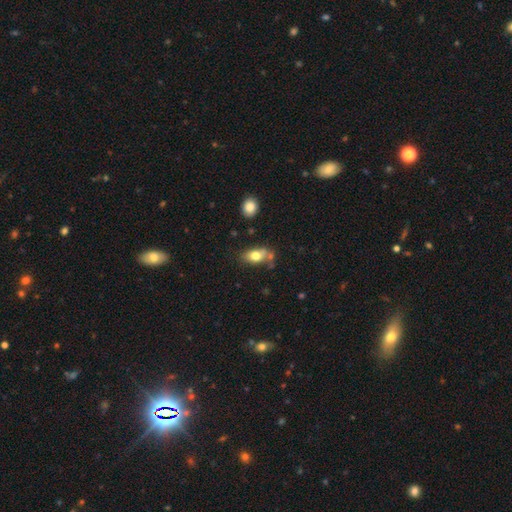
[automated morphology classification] Q: Smooth or featured?
A: smooth (75%); runner-up: featured or disk (16%)
Q: How rounded?
A: in between (84%); runner-up: round (10%)
Q: Merging?
A: none (56%); runner-up: minor disturbance (20%)